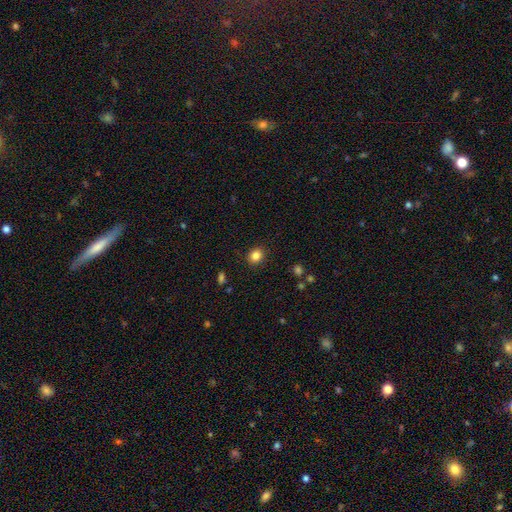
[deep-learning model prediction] A smooth galaxy with no disk features (85%) that is round (66%). Merging: none (89%).